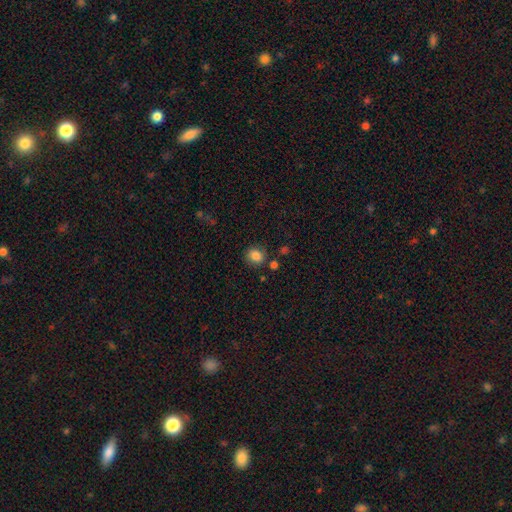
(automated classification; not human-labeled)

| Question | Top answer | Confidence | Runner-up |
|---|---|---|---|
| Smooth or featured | smooth | 84% | star or artifact (11%) |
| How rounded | round | 72% | in between (27%) |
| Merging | none | 80% | minor disturbance (12%) |